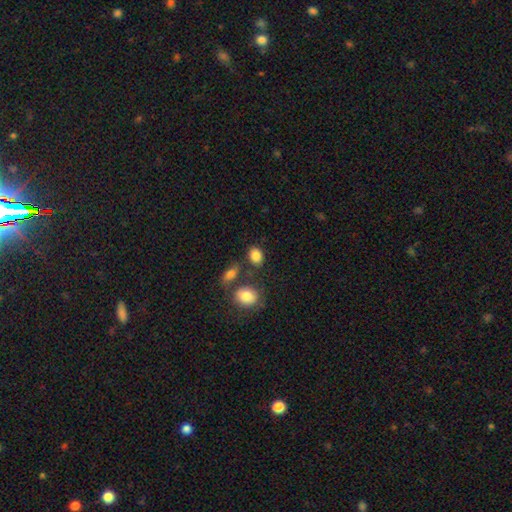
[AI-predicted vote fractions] A smooth galaxy with no disk features (85%) that is in between round and cigar-shaped (65%).

Vote fractions:
- Smooth or featured? smooth: 85% / star or artifact: 9% / featured or disk: 6%
- How rounded? in between: 65% / round: 33% / cigar-shaped: 1%
- Merging? none: 68% / minor disturbance: 14% / merger: 13% / major disturbance: 5%